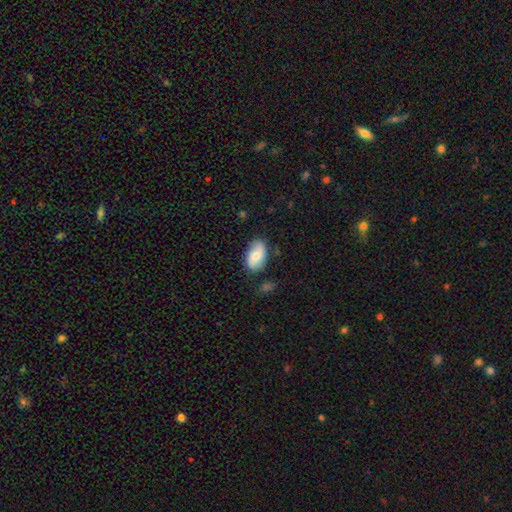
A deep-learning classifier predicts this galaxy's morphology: This is likely a smooth galaxy (62%). How rounded: clearly in between (92%). Merging: likely none (75%).